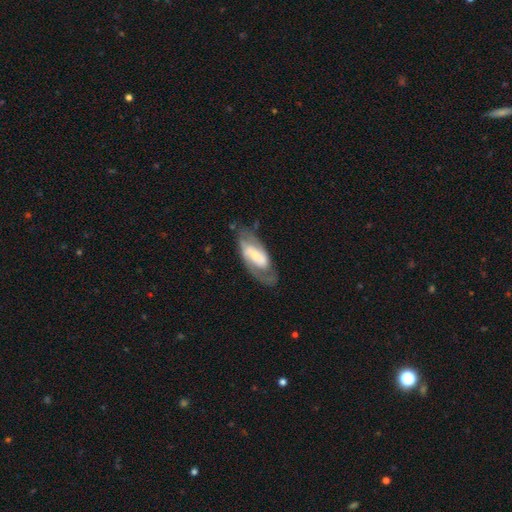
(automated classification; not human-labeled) Morphology: type=featured or disk (75%); edge-on=no (92%); bar=weak (35%); spiral arms=yes (85%); winding=medium (46%); arm count=2 (78%); bulge=small (52%); merging=none (68%).